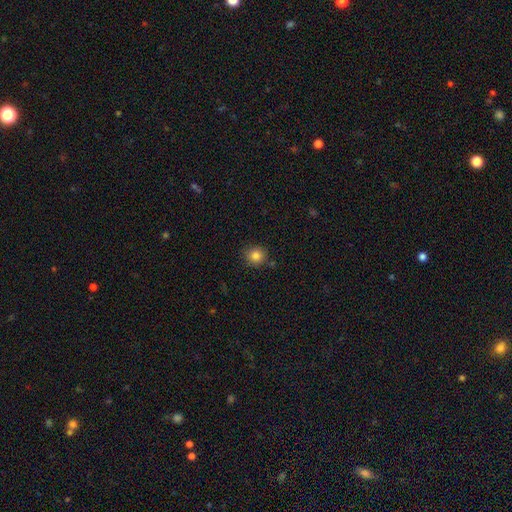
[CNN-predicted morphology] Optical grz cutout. It shows a smooth galaxy with no disk features (84%) that is round (91%). Merging: none (86%).